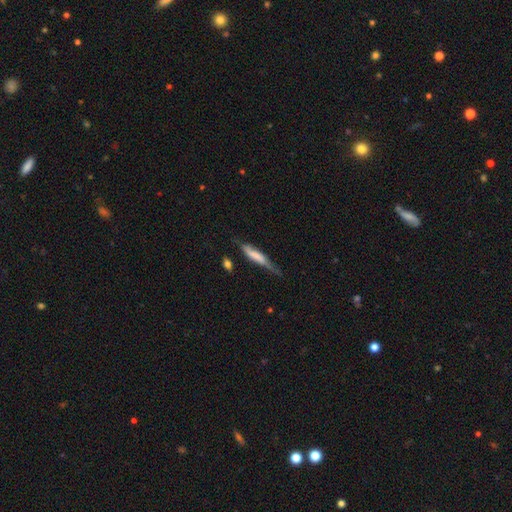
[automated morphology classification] type=smooth (61%); roundness=cigar-shaped (85%); merging=none (44%).